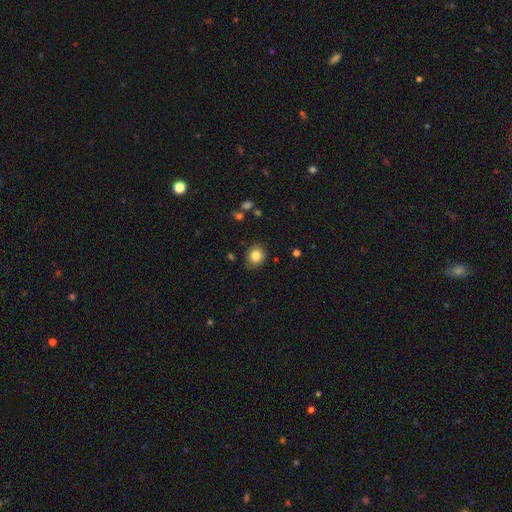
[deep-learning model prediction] A smooth galaxy with no disk features (83%) that is round (74%).

Vote fractions:
- Smooth or featured? smooth: 83% / star or artifact: 10% / featured or disk: 7%
- How rounded? round: 74% / in between: 26% / cigar-shaped: 1%
- Merging? none: 86% / minor disturbance: 10% / major disturbance: 2% / merger: 2%